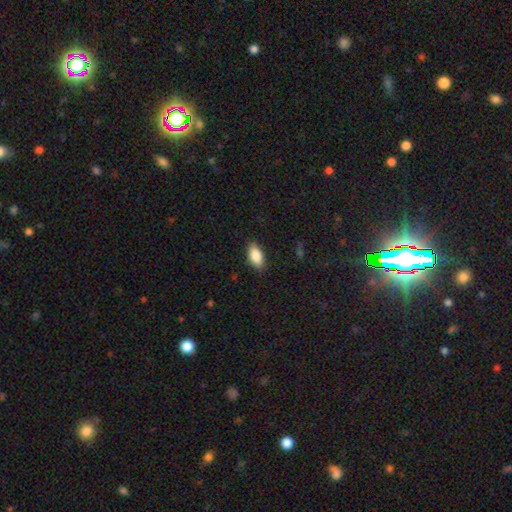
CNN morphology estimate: type=smooth (87%); roundness=in between (91%); merging=none (86%).